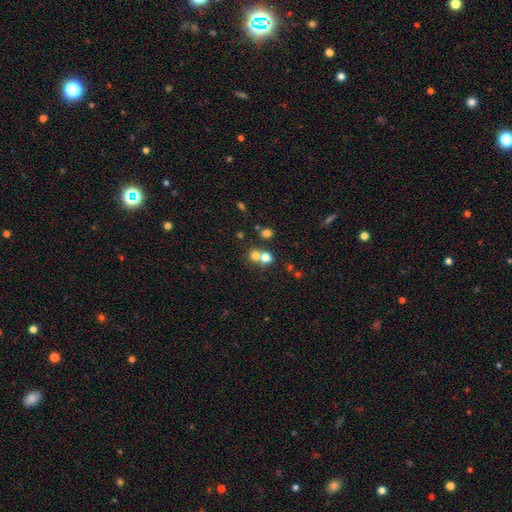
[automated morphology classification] smooth 70%, star or artifact 17%, featured or disk 13%. Down the decision tree: how rounded — round (80%); merging — merger (49%).